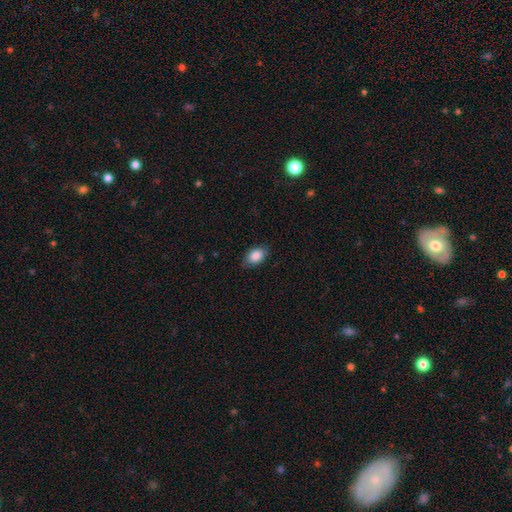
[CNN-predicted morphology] This appears to be a smooth galaxy with no disk features (85%) that is in between round and cigar-shaped (88%). Merging: none (79%).